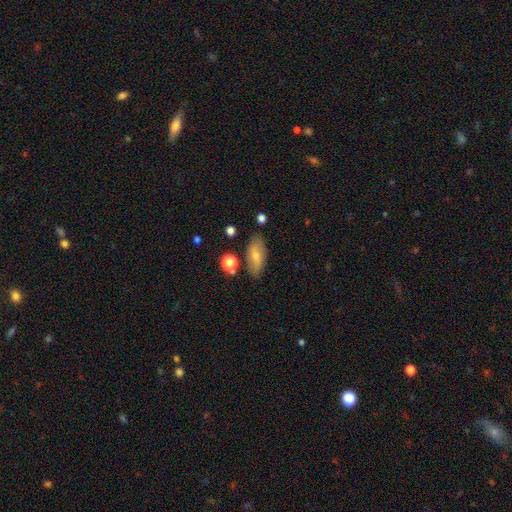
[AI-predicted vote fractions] Morphology: type=smooth (64%); roundness=in between (82%); merging=none (76%).